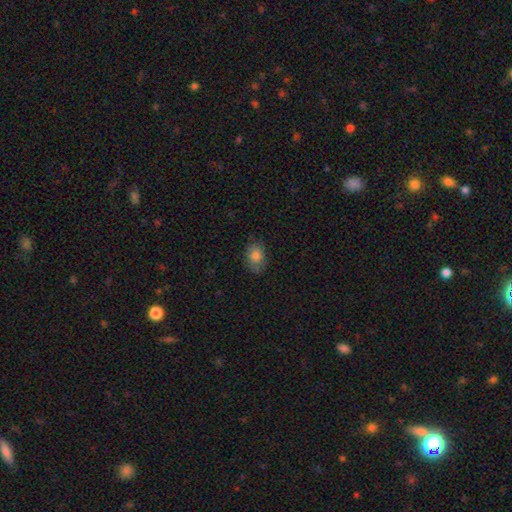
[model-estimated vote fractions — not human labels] This is clearly a smooth galaxy (80%). How rounded: likely in between (77%). Merging: likely none (75%).